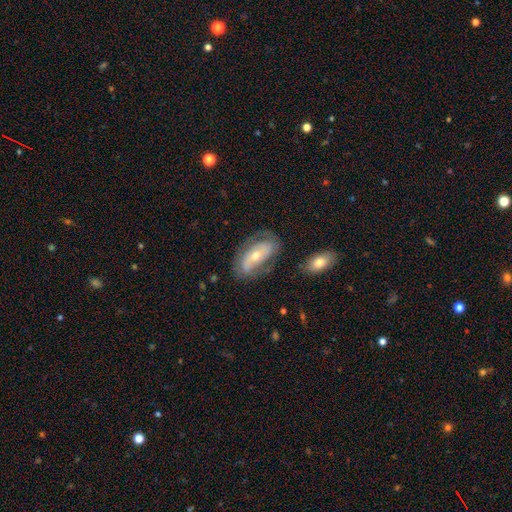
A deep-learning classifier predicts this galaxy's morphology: This is likely a featured or disk galaxy (64%). It is clearly not viewed edge-on (91%). Bar: possibly no (59%). Spiral arm pattern: likely yes (75%). Central bulge: possibly moderate (49%). Merging: likely none (64%).